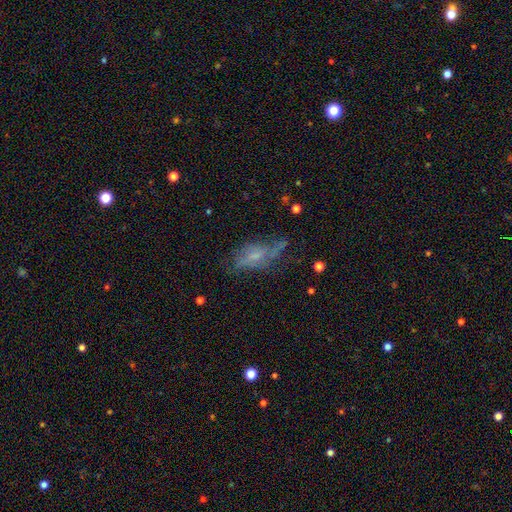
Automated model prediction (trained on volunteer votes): smooth_or_featured: featured or disk (p=0.54) [alt: smooth p=0.32]
disk_edge_on: no (p=0.82) [alt: yes p=0.18]
merging: none (p=0.42) [alt: major disturbance p=0.28]